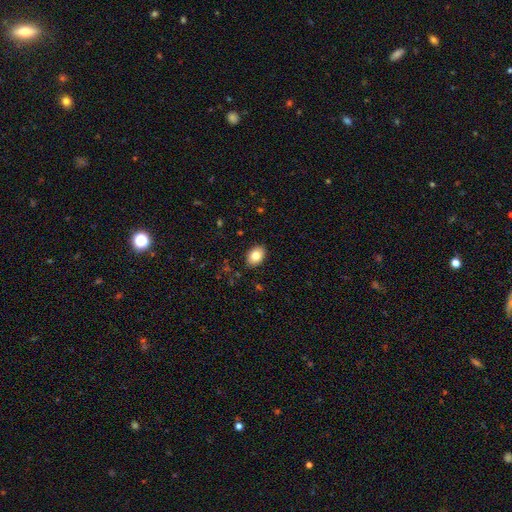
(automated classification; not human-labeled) Smooth or featured?
  - smooth: 82% *
  - featured or disk: 10%
  - star or artifact: 8%
How rounded?
  - in between: 78% *
  - round: 21%
  - cigar-shaped: 1%
Merging?
  - none: 89% *
  - minor disturbance: 8%
  - major disturbance: 2%
  - merger: 1%